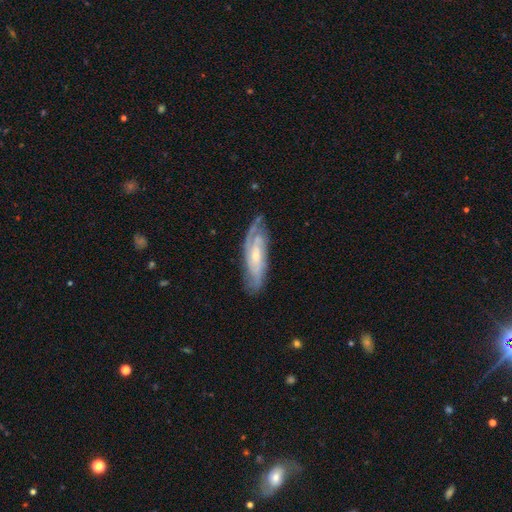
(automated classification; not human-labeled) Smooth or featured?
  - featured or disk: 77% *
  - smooth: 18%
  - star or artifact: 6%
Edge-on disk?
  - no: 80% *
  - yes: 20%
Bar?
  - no: 52% *
  - weak: 37%
  - strong: 11%
Spiral arms?
  - yes: 92% *
  - no: 8%
Spiral winding?
  - tight: 52% *
  - medium: 37%
  - loose: 11%
Spiral arm count?
  - 2: 42% *
  - can't tell: 32%
  - 3: 14%
  - 1: 5%
  - 4: 4%
  - more than 4: 3%
Bulge size?
  - small: 54% *
  - moderate: 38%
  - none: 5%
  - large: 3%
  - dominant: 1%
Merging?
  - none: 73% *
  - minor disturbance: 19%
  - major disturbance: 6%
  - merger: 2%